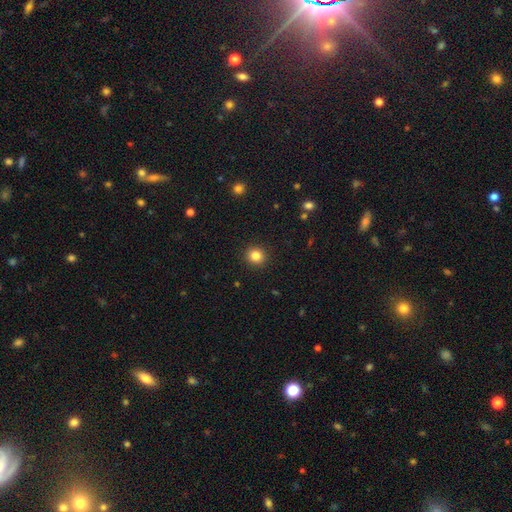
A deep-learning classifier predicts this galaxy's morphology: Smooth or featured?
  - smooth: 84% *
  - star or artifact: 11%
  - featured or disk: 5%
How rounded?
  - round: 90% *
  - in between: 9%
  - cigar-shaped: 1%
Merging?
  - none: 92% *
  - minor disturbance: 5%
  - major disturbance: 2%
  - merger: 1%